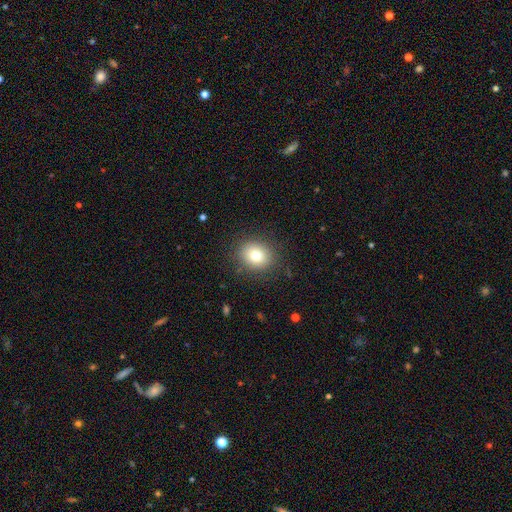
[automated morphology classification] Smooth or featured? smooth (77%)
How rounded? round (71%)
Merging? none (87%)